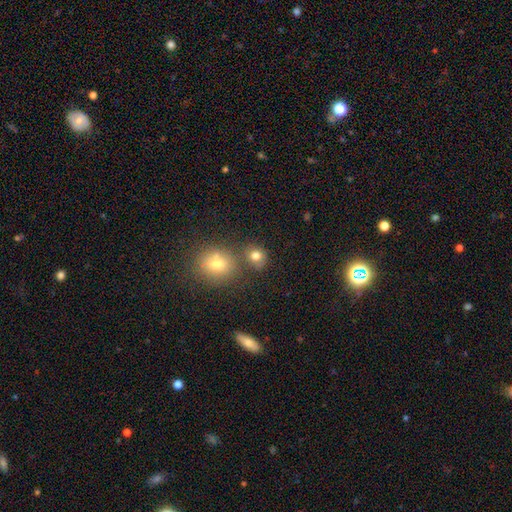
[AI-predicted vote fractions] A smooth galaxy with no disk features (78%) that is round (77%).

Vote fractions:
- Smooth or featured? smooth: 78% / star or artifact: 14% / featured or disk: 8%
- How rounded? round: 77% / in between: 22% / cigar-shaped: 1%
- Merging? none: 68% / merger: 17% / minor disturbance: 11% / major disturbance: 4%